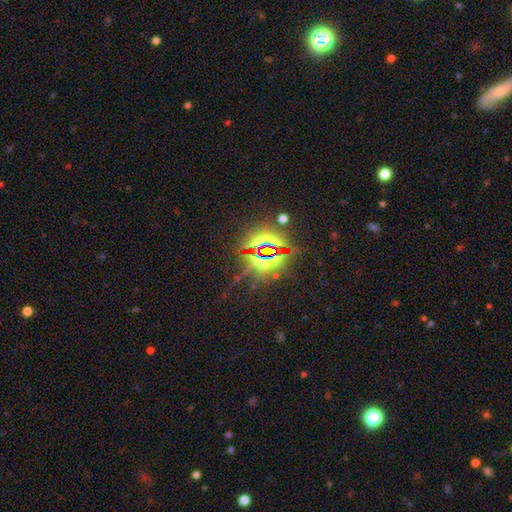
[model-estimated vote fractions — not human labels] Smooth or featured? Predicted: star or artifact (p=0.85).